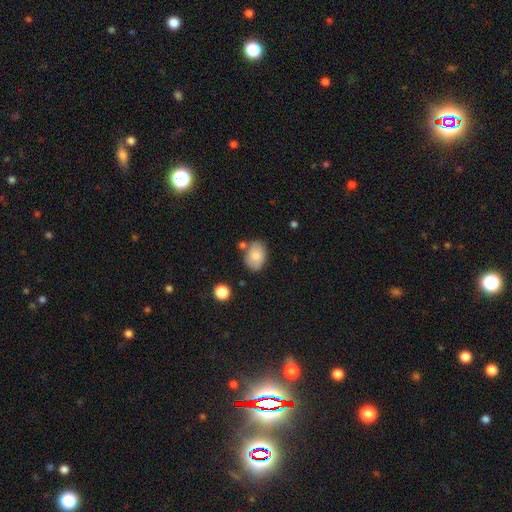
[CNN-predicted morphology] Smooth or featured? Predicted: smooth (p=0.80). How rounded? Predicted: in between (p=0.81). Merging? Predicted: none (p=0.69).